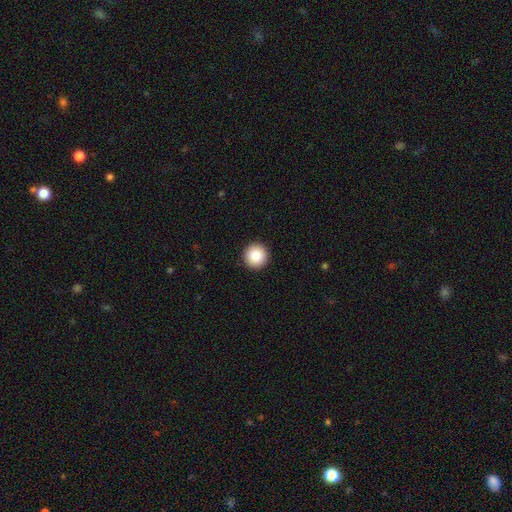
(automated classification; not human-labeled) A smooth galaxy with no disk features (86%) that is round (96%).

Vote fractions:
- Smooth or featured? smooth: 86% / star or artifact: 9% / featured or disk: 5%
- How rounded? round: 96% / in between: 3% / cigar-shaped: 1%
- Merging? none: 93% / minor disturbance: 4% / major disturbance: 1% / merger: 1%